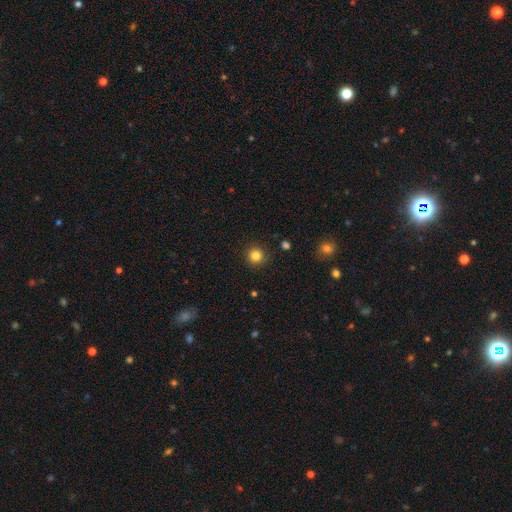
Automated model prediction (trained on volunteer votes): smooth_or_featured: smooth (p=0.83) [alt: star or artifact p=0.12]
how_rounded: round (p=0.95) [alt: in between p=0.04]
merging: none (p=0.91) [alt: minor disturbance p=0.06]